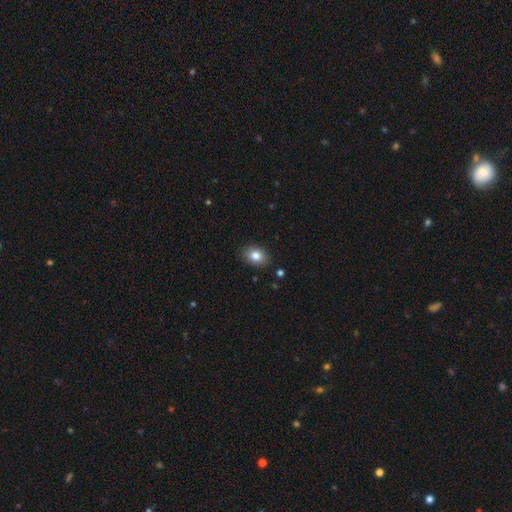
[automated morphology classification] smooth-or-featured: smooth: 83% | star or artifact: 9% | featured or disk: 8%
  how-rounded: in between: 71% | round: 28% | cigar-shaped: 1%
  merging: none: 88% | minor disturbance: 9% | major disturbance: 2% | merger: 1%